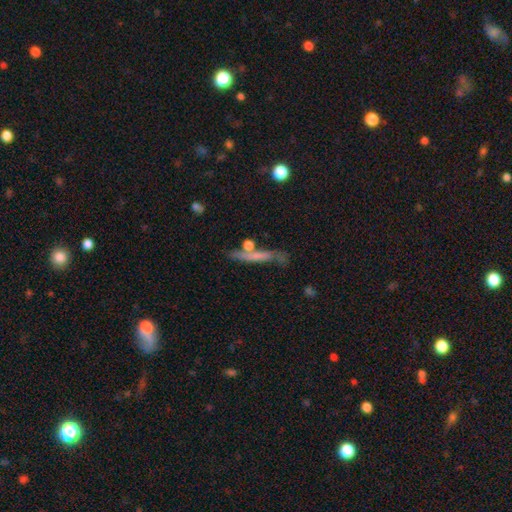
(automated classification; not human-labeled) smooth_or_featured: smooth (p=0.46) [alt: featured or disk p=0.45]
merging: none (p=0.63) [alt: minor disturbance p=0.19]